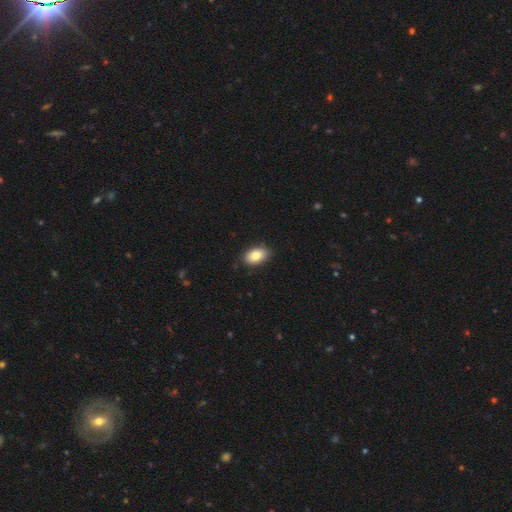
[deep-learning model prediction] smooth_or_featured: smooth (p=0.84) [alt: featured or disk p=0.09]
how_rounded: in between (p=0.89) [alt: round p=0.09]
merging: none (p=0.87) [alt: minor disturbance p=0.10]